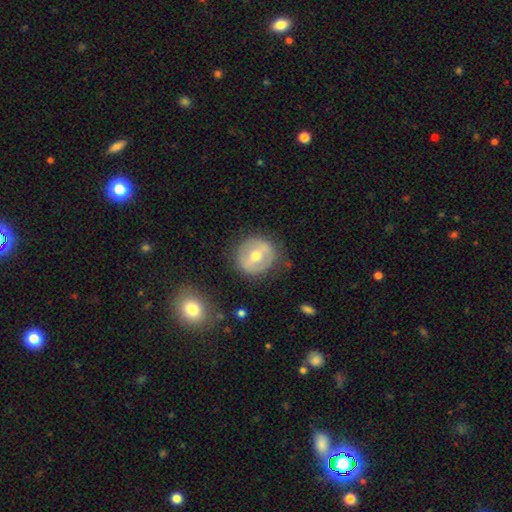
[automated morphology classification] Smooth or featured?
  - featured or disk: 56% *
  - smooth: 38%
  - star or artifact: 7%
Edge-on disk?
  - no: 94% *
  - yes: 6%
Bar?
  - strong: 39% *
  - weak: 38%
  - no: 22%
Spiral arms?
  - no: 77% *
  - yes: 23%
Bulge size?
  - moderate: 72% *
  - small: 22%
  - large: 4%
  - none: 1%
  - dominant: 1%
Merging?
  - none: 80% *
  - minor disturbance: 13%
  - major disturbance: 5%
  - merger: 2%